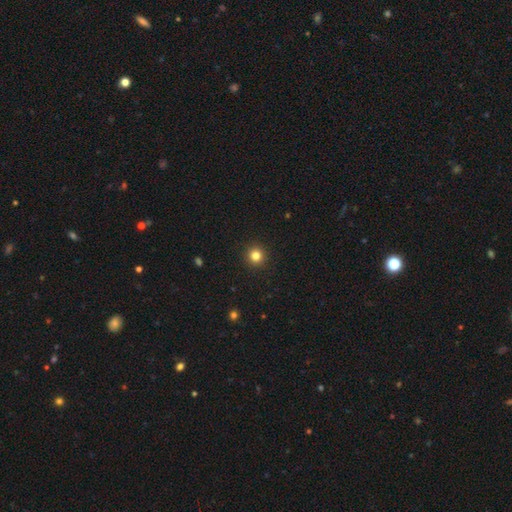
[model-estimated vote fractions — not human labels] smooth 82%, star or artifact 13%, featured or disk 5%. Down the decision tree: how rounded — round (95%); merging — none (93%).